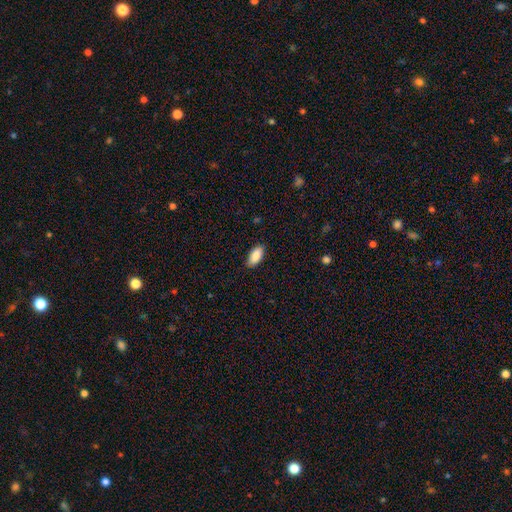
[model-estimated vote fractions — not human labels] Smooth or featured? Predicted: smooth (p=0.89). How rounded? Predicted: in between (p=0.91). Merging? Predicted: none (p=0.85).